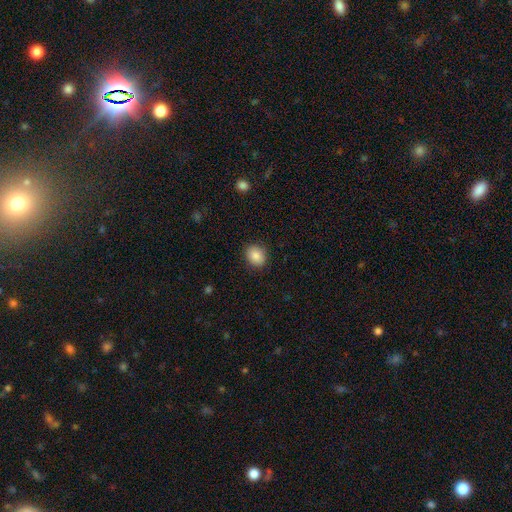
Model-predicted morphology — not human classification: Q: Smooth or featured?
A: smooth (86%); runner-up: star or artifact (9%)
Q: How rounded?
A: round (63%); runner-up: in between (36%)
Q: Merging?
A: none (89%); runner-up: minor disturbance (8%)